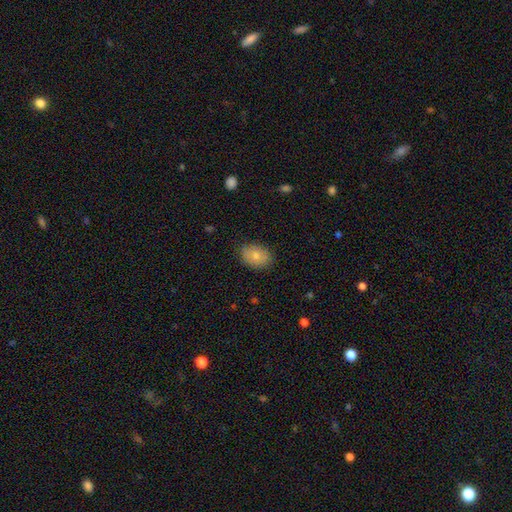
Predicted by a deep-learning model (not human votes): Smooth or featured: smooth — 78% (featured or disk — 15%)
How rounded: in between — 72% (round — 27%)
Merging: none — 82% (minor disturbance — 14%)